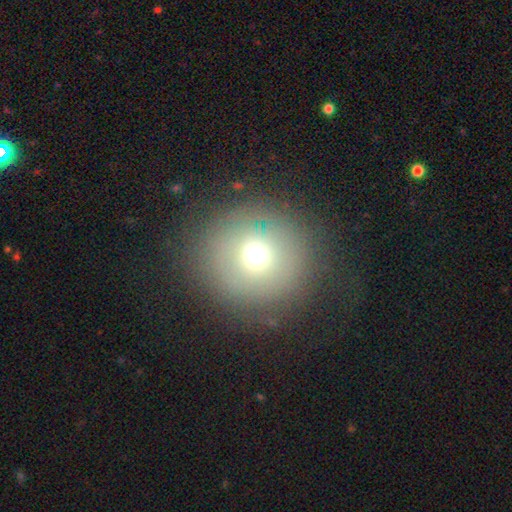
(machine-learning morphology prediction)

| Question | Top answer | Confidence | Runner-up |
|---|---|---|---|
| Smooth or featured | smooth | 66% | featured or disk (18%) |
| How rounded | round | 92% | in between (7%) |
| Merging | none | 82% | minor disturbance (10%) |